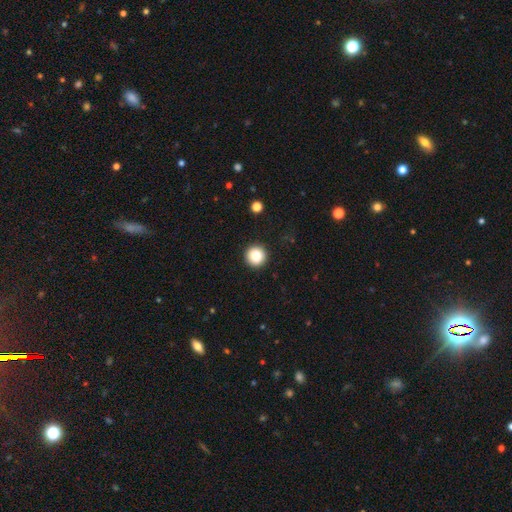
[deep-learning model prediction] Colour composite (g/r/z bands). It shows a smooth galaxy with no disk features (86%) that is round (96%). Merging: none (92%).